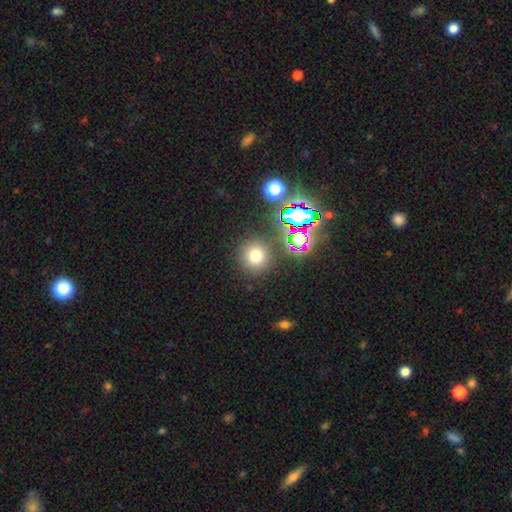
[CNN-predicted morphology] The model was most divided on "smooth or featured": smooth: 72%, star or artifact: 21%, featured or disk: 8%. More confident: how rounded — round (92%); merging — none (85%).